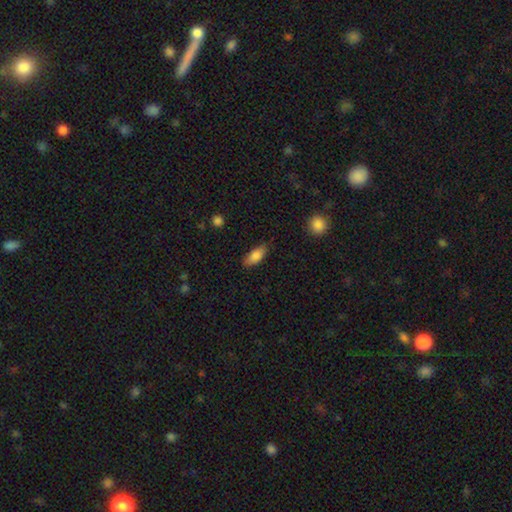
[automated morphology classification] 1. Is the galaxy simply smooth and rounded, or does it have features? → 82% smooth, 11% featured or disk, 7% star or artifact.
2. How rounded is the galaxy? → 80% in between, 17% cigar-shaped, 3% round.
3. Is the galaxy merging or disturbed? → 80% none, 16% minor disturbance, 3% major disturbance, 1% merger.